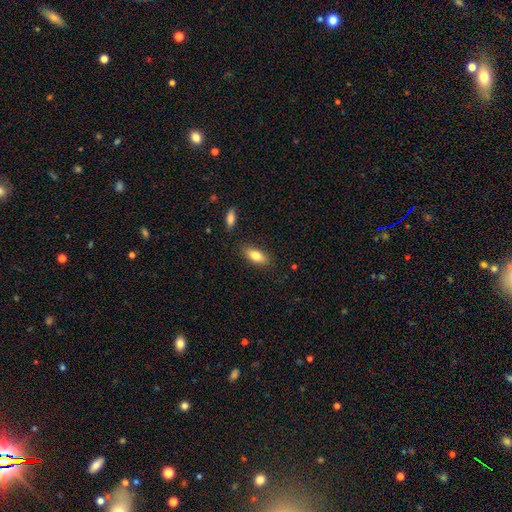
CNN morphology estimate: Overall: smooth (80%). How rounded: in between (85%). Merging: none (85%).